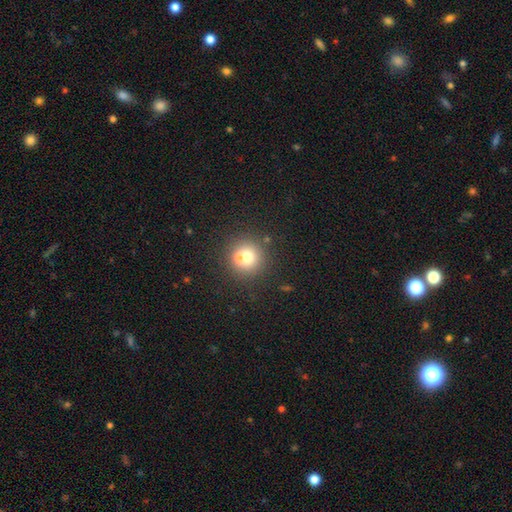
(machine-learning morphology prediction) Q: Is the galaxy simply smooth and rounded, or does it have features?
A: smooth — 64%.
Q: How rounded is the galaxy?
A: round — 88%.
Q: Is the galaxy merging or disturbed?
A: none — 73%.